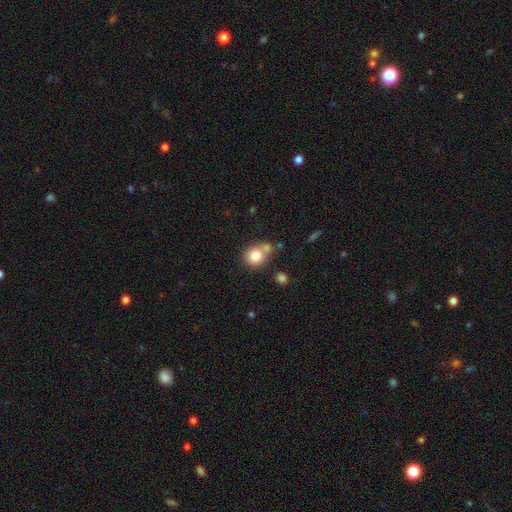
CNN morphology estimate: Smooth or featured? Predicted: smooth (p=0.80). How rounded? Predicted: round (p=0.82). Merging? Predicted: none (p=0.55).